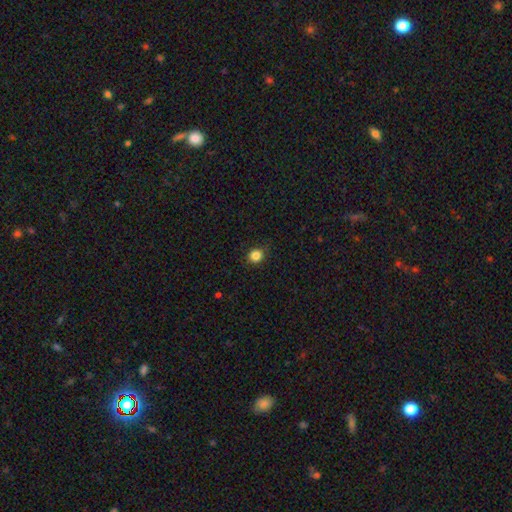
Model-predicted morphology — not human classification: This appears to be a smooth galaxy with no disk features (85%) that is round (84%). Merging: none (88%).